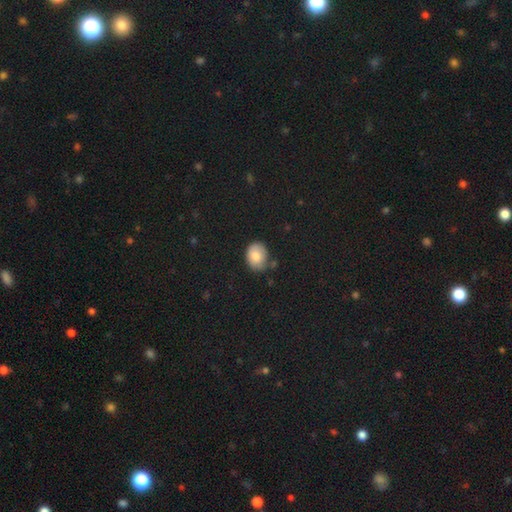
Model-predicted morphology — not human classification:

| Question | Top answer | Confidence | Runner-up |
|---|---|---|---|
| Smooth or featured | smooth | 82% | star or artifact (9%) |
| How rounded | in between | 59% | round (40%) |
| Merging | none | 64% | minor disturbance (26%) |